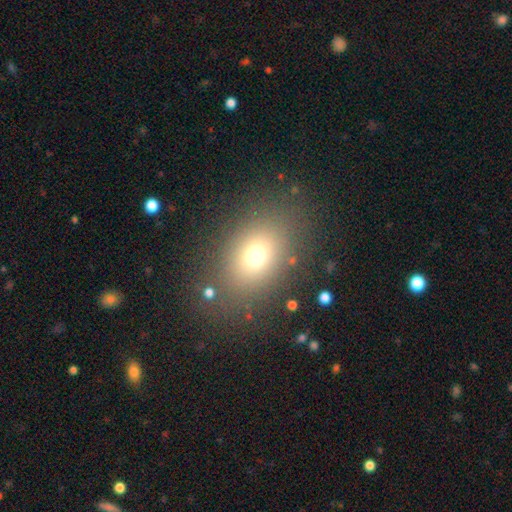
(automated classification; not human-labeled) A smooth galaxy with no disk features (70%) that is in between round and cigar-shaped (67%).

Vote fractions:
- Smooth or featured? smooth: 70% / star or artifact: 17% / featured or disk: 13%
- How rounded? in between: 67% / round: 32% / cigar-shaped: 2%
- Merging? none: 82% / minor disturbance: 10% / major disturbance: 6% / merger: 2%